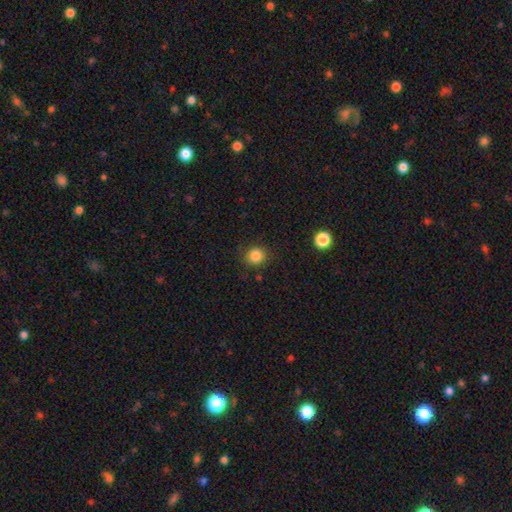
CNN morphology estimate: Smooth or featured?
  - smooth: 84% *
  - star or artifact: 12%
  - featured or disk: 4%
How rounded?
  - round: 90% *
  - in between: 9%
  - cigar-shaped: 1%
Merging?
  - none: 85% *
  - minor disturbance: 10%
  - major disturbance: 3%
  - merger: 2%